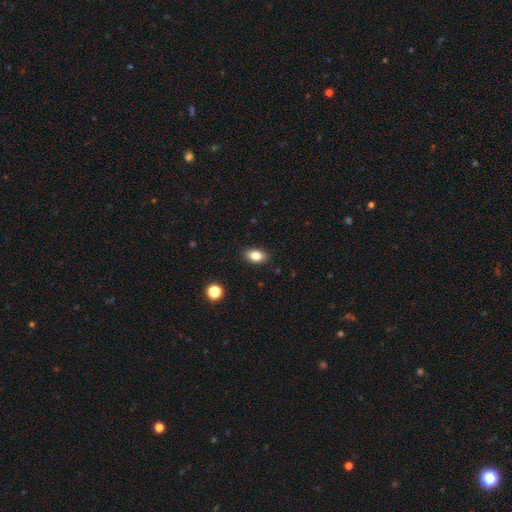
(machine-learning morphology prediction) This appears to be a smooth galaxy with no disk features (83%) that is in between round and cigar-shaped (87%). Merging: none (89%).